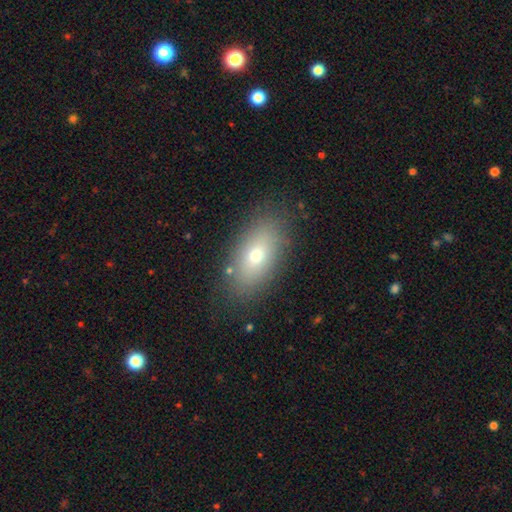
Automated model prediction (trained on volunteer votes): The model was most divided on "smooth or featured": smooth: 69%, featured or disk: 20%, star or artifact: 11%. More confident: how rounded — in between (87%); merging — none (83%).